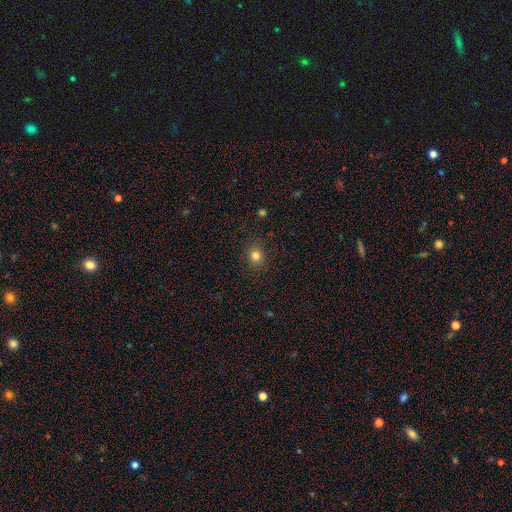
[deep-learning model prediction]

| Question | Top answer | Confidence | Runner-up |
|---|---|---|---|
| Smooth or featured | smooth | 80% | star or artifact (14%) |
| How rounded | round | 77% | in between (22%) |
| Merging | none | 88% | minor disturbance (8%) |